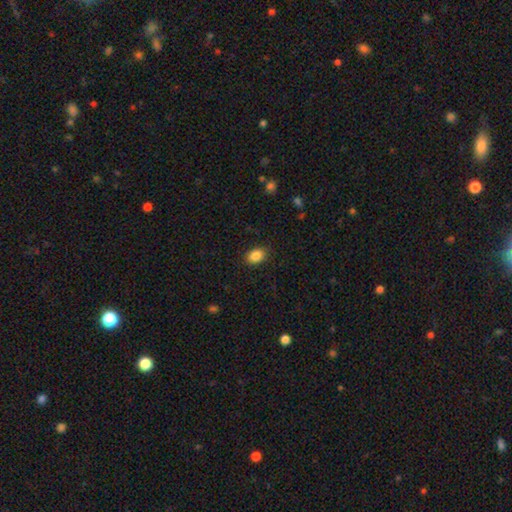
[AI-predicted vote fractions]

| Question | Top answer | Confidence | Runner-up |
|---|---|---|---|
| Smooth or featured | smooth | 87% | star or artifact (9%) |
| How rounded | in between | 79% | round (20%) |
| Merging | none | 87% | minor disturbance (9%) |